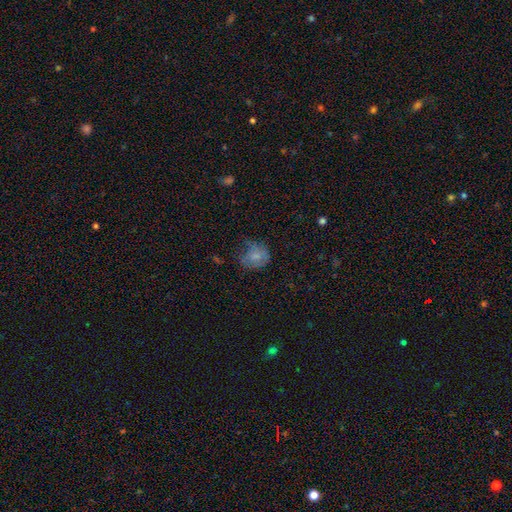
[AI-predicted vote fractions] smooth_or_featured: smooth (p=0.69) [alt: featured or disk p=0.19]
how_rounded: round (p=0.63) [alt: in between p=0.36]
merging: none (p=0.47) [alt: minor disturbance p=0.32]